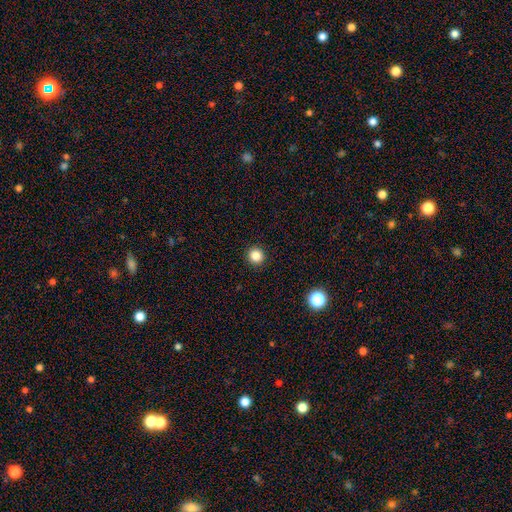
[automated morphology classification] Smooth or featured? Predicted: smooth (p=0.84). How rounded? Predicted: round (p=0.94). Merging? Predicted: none (p=0.93).